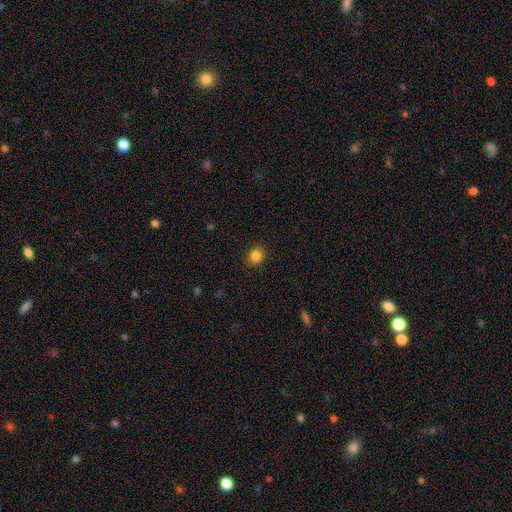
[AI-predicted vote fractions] smooth_or_featured: smooth (p=0.85) [alt: star or artifact p=0.11]
how_rounded: round (p=0.76) [alt: in between p=0.23]
merging: none (p=0.89) [alt: minor disturbance p=0.08]